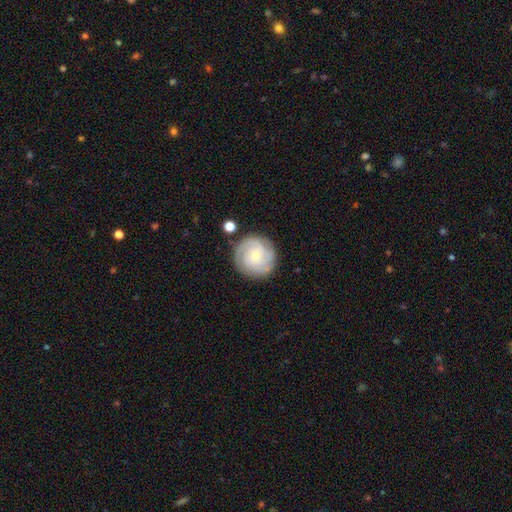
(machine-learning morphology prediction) Smooth or featured? featured or disk (79%)
Edge-on disk? no (98%)
Bar? no (72%)
Spiral arms? yes (96%)
Spiral winding? tight (73%)
Spiral arm count? 3 (38%)
Bulge size? small (62%)
Merging? none (84%)